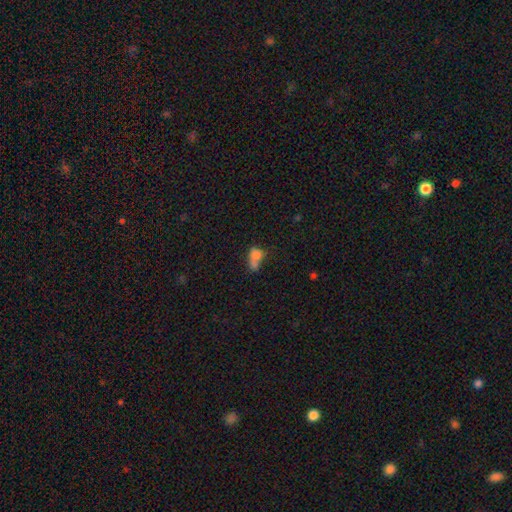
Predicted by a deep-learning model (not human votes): smooth_or_featured: smooth (p=0.73) [alt: featured or disk p=0.15]
how_rounded: in between (p=0.73) [alt: round p=0.21]
merging: merger (p=0.45) [alt: none p=0.23]